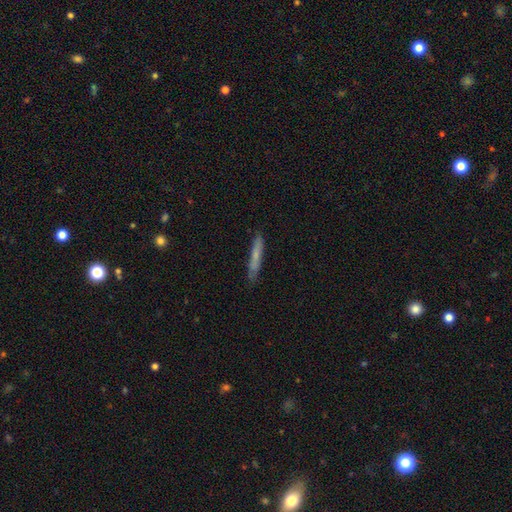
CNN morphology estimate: A smooth galaxy with no disk features (64%) that is cigar-shaped (95%). Merging: none (81%).